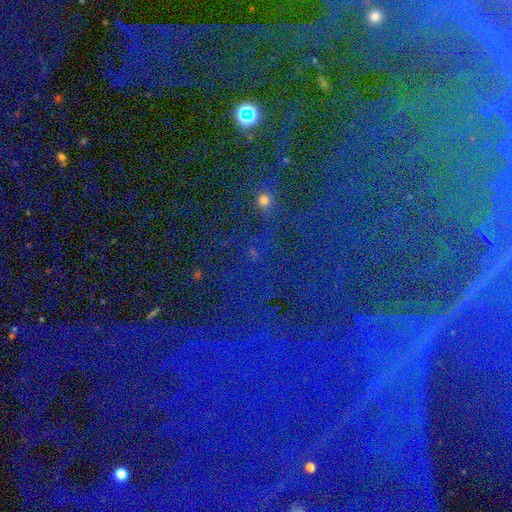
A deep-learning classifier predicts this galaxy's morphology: This is clearly a star or artifact rather than a galaxy (87%).